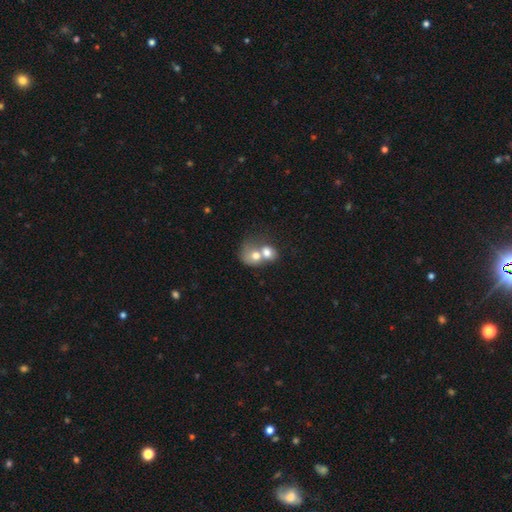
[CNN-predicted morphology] This appears to be a smooth galaxy with no disk features (66%) that is round (55%). Merging: merger (78%).